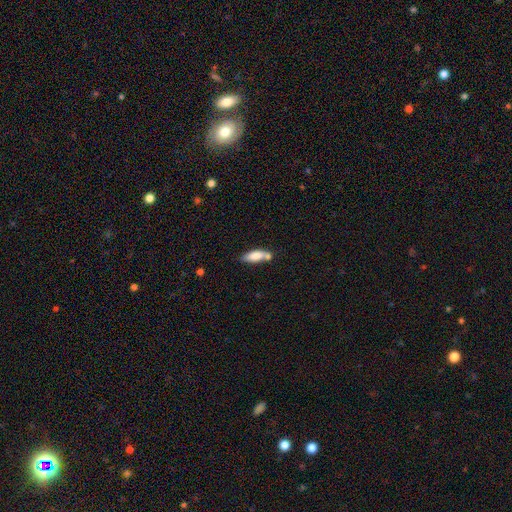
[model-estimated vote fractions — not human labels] smooth 78%, featured or disk 15%, star or artifact 7%. Down the decision tree: how rounded — in between (60%); merging — none (50%).